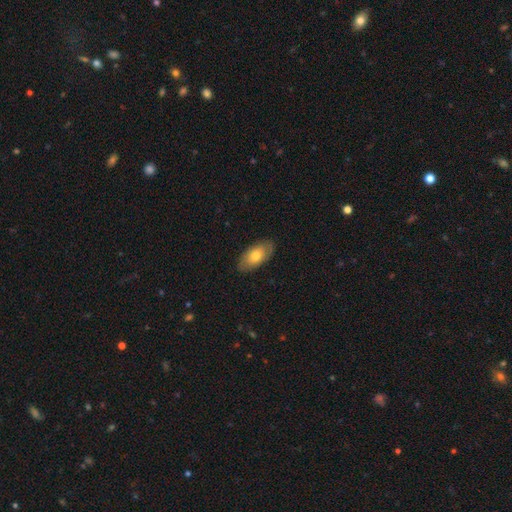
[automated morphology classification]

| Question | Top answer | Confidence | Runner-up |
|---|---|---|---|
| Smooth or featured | smooth | 69% | featured or disk (25%) |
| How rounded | in between | 92% | cigar-shaped (4%) |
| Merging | none | 85% | minor disturbance (12%) |